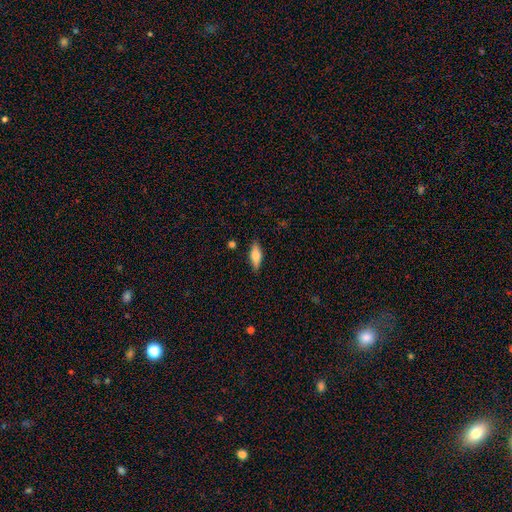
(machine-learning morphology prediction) This is likely a smooth galaxy (63%). How rounded: possibly in between (57%). Merging: clearly none (86%).